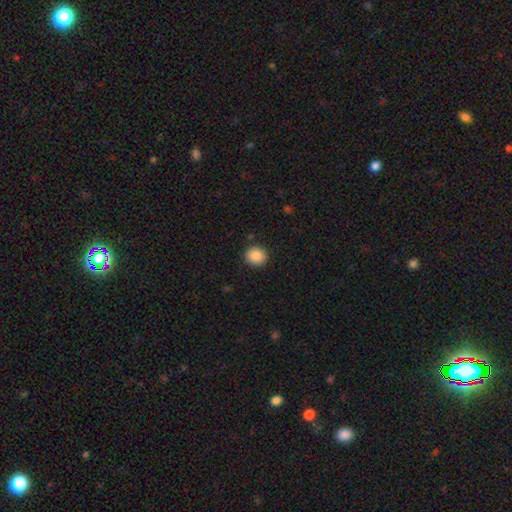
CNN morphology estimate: The model was most divided on "how rounded": round: 84%, in between: 15%, cigar-shaped: 1%. More confident: merging — none (89%); smooth or featured — smooth (88%).